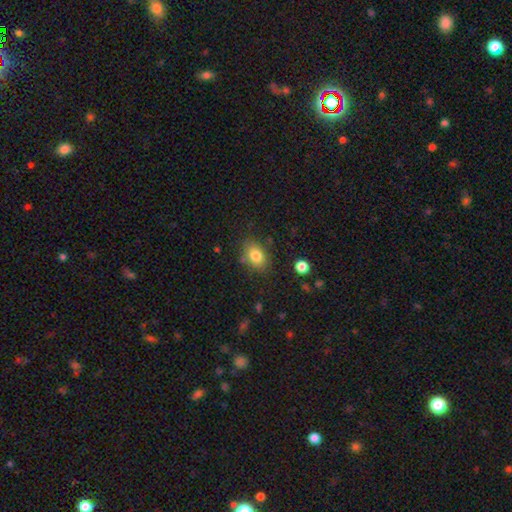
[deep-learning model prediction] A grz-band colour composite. It shows a smooth galaxy with no disk features (82%) that is in between round and cigar-shaped (75%). Merging: none (78%).